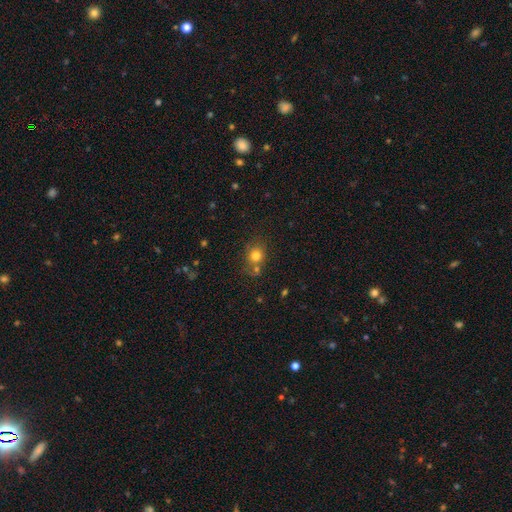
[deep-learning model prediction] Smooth or featured? Predicted: smooth (p=0.78). How rounded? Predicted: round (p=0.76). Merging? Predicted: none (p=0.62).